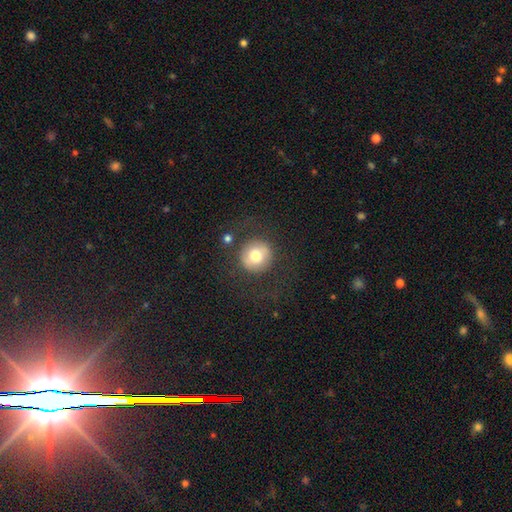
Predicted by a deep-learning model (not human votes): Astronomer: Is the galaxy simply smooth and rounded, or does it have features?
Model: smooth — 71%.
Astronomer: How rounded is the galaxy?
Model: round — 94%.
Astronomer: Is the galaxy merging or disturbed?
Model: none — 80%.